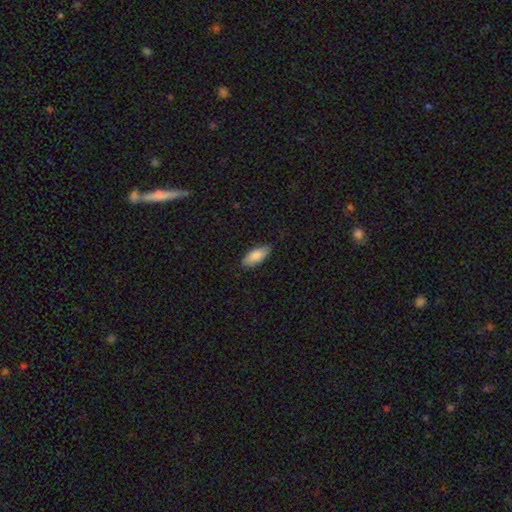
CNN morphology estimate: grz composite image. It shows a smooth galaxy with no disk features (85%) that is in between round and cigar-shaped (82%). Merging: none (84%).